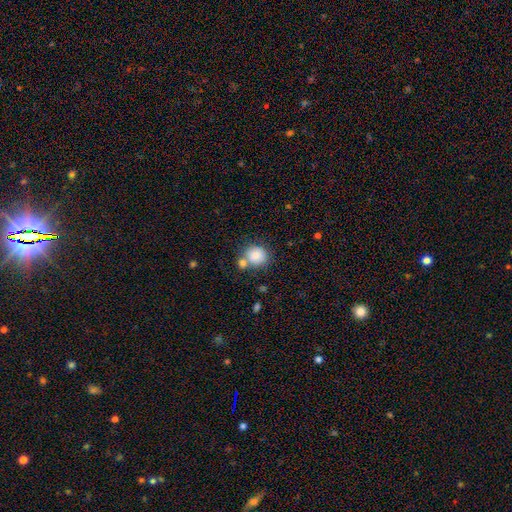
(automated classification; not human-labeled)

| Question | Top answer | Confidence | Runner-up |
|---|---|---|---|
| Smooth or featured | smooth | 83% | star or artifact (9%) |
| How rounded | round | 82% | in between (17%) |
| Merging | none | 60% | merger (24%) |